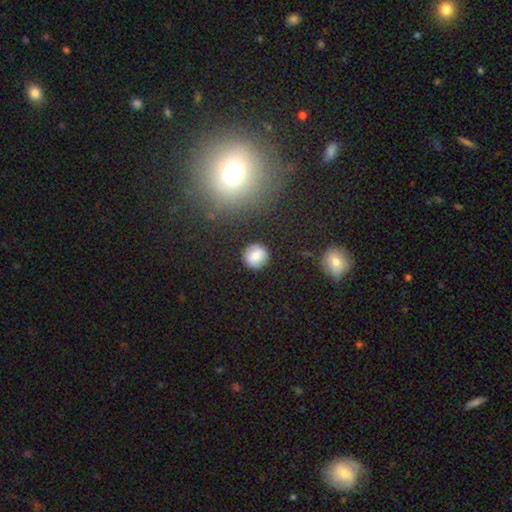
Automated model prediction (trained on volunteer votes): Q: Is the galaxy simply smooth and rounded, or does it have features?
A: smooth — 79%.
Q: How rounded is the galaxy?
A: round — 91%.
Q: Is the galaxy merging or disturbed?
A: none — 87%.